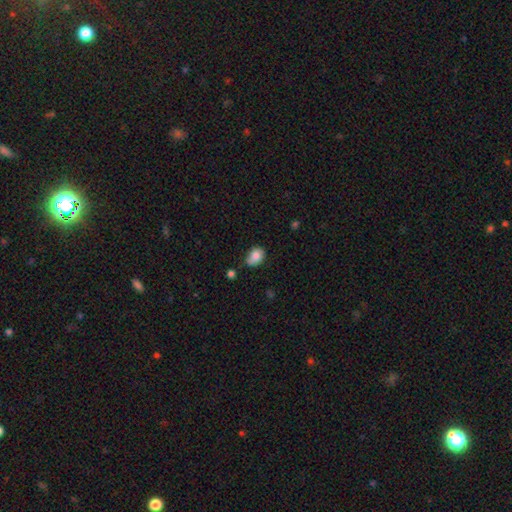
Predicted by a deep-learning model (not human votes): Q: Smooth or featured?
A: smooth (80%); runner-up: featured or disk (11%)
Q: How rounded?
A: in between (60%); runner-up: round (39%)
Q: Merging?
A: none (54%); runner-up: minor disturbance (31%)